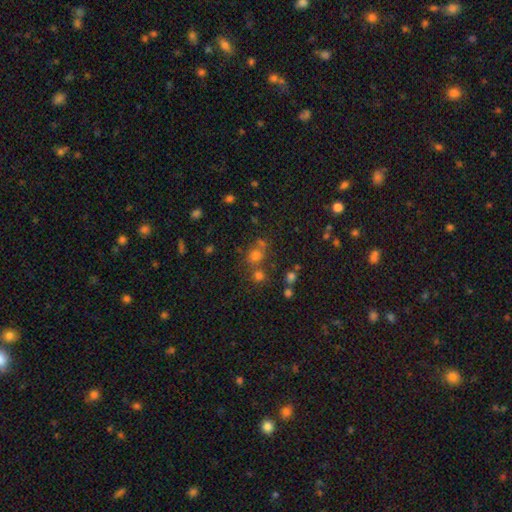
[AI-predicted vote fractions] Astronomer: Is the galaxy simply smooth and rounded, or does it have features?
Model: smooth — 63%.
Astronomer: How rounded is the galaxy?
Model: round — 80%.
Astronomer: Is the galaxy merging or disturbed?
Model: none — 56%.